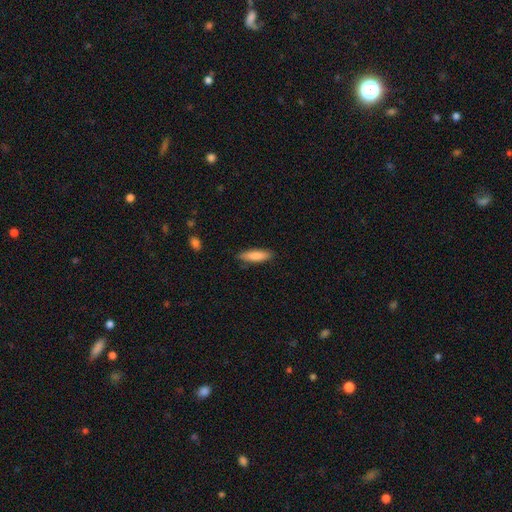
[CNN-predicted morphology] The model was most divided on "how rounded": cigar-shaped: 62%, in between: 36%, round: 1%. More confident: merging — none (85%); smooth or featured — smooth (84%).